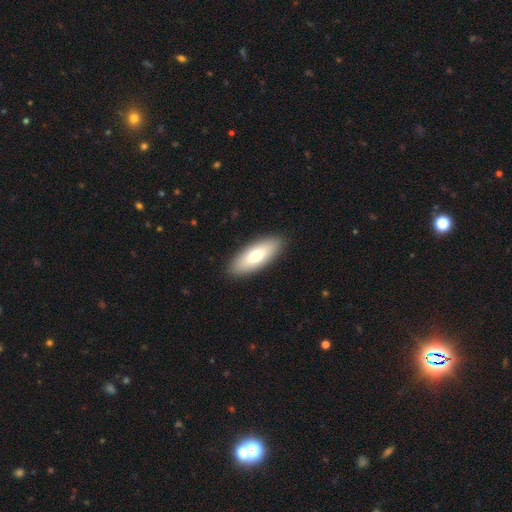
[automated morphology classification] type=smooth (70%); roundness=in between (72%); merging=none (90%).